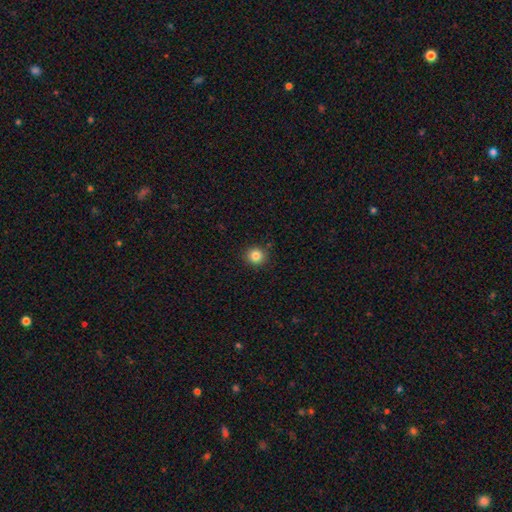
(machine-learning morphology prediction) A smooth galaxy with no disk features (83%) that is round (92%).

Vote fractions:
- Smooth or featured? smooth: 83% / star or artifact: 11% / featured or disk: 5%
- How rounded? round: 92% / in between: 7% / cigar-shaped: 1%
- Merging? none: 90% / minor disturbance: 6% / major disturbance: 2% / merger: 1%